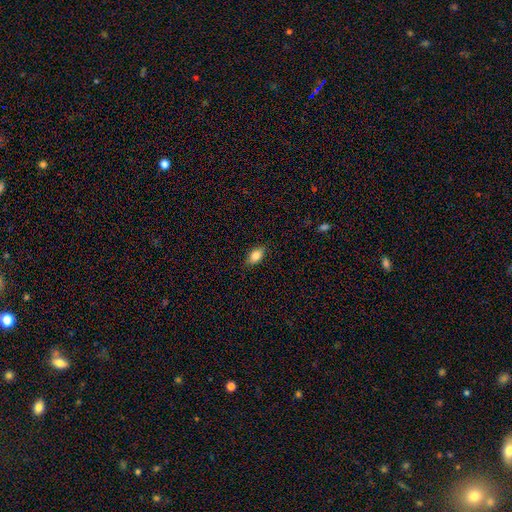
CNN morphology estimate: This appears to be a smooth galaxy with no disk features (83%) that is in between round and cigar-shaped (86%). Merging: none (85%).